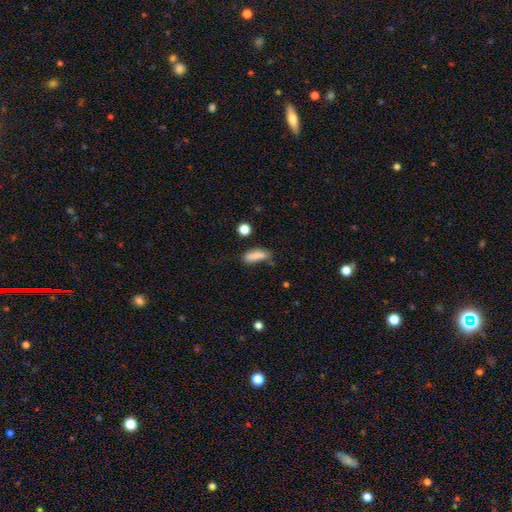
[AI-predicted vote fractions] A smooth galaxy with no disk features (81%) that is in between round and cigar-shaped (53%). Merging: none (52%).